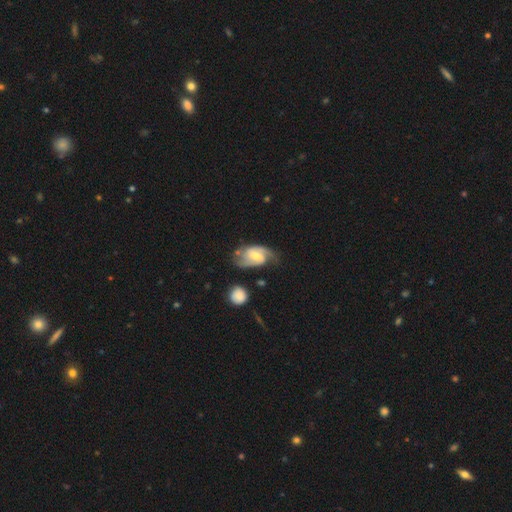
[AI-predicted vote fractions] Overall: featured or disk (80%). Edge-on disk: no (96%). Bar: weak (54%; no 25%). Spiral arms: yes (95%). Spiral arm count: 2 (81%). Spiral winding: medium (49%; loose 27%). Bulge size: moderate (49%; small 41%). Merging: none (60%; minor disturbance 22%).